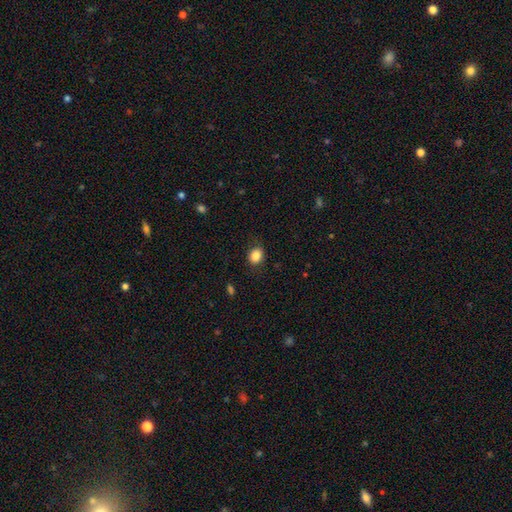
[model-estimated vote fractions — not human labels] Smooth or featured: smooth — 86% (star or artifact — 9%)
How rounded: round — 58% (in between — 41%)
Merging: none — 82% (minor disturbance — 13%)